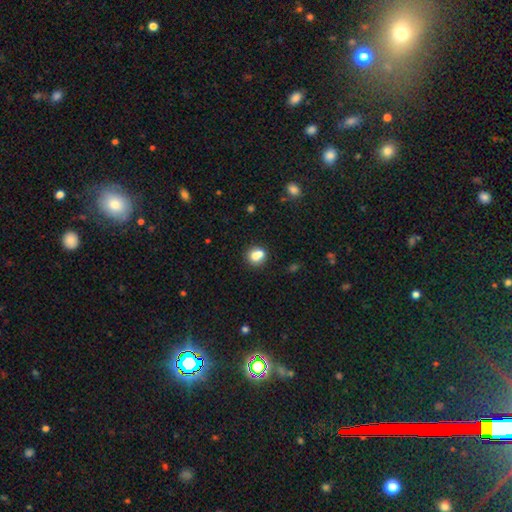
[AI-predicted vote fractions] Overall: smooth (77%). How rounded: round (70%). Merging: none (50%; merger 35%).